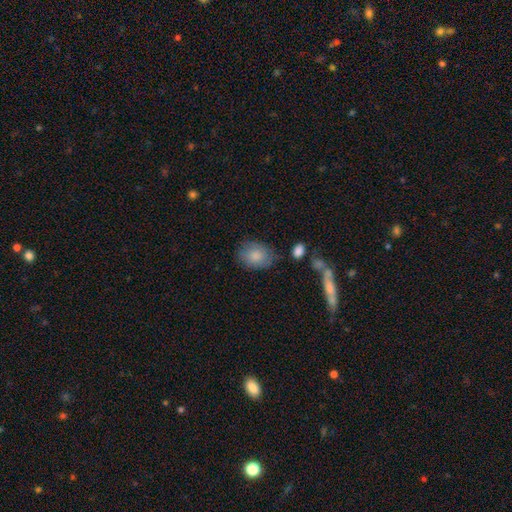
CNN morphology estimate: Smooth or featured? smooth (84%)
How rounded? in between (62%)
Merging? none (75%)